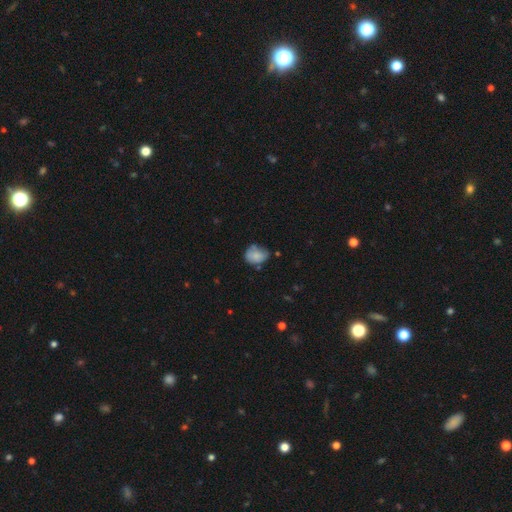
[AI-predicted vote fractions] This is likely a smooth galaxy (72%). How rounded: possibly in between (54%). Merging: possibly none (47%).